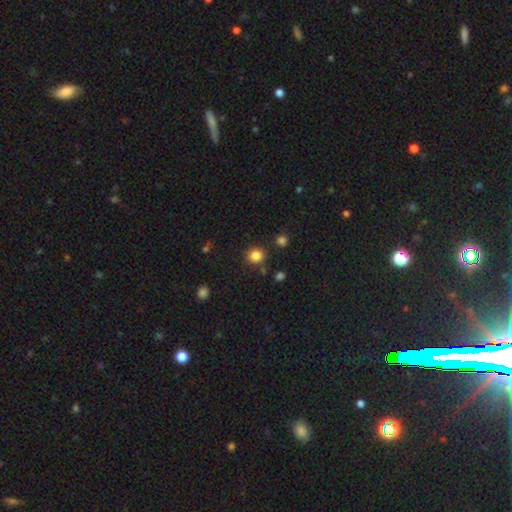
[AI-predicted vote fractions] smooth 84%, star or artifact 12%, featured or disk 4%. Down the decision tree: how rounded — round (85%); merging — none (86%).